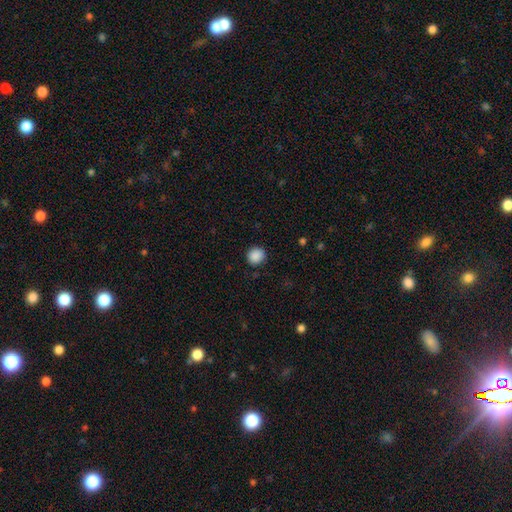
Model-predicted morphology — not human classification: A smooth galaxy with no disk features (88%) that is round (90%).

Vote fractions:
- Smooth or featured? smooth: 88% / star or artifact: 9% / featured or disk: 3%
- How rounded? round: 90% / in between: 9% / cigar-shaped: 1%
- Merging? none: 89% / minor disturbance: 8% / major disturbance: 2% / merger: 1%